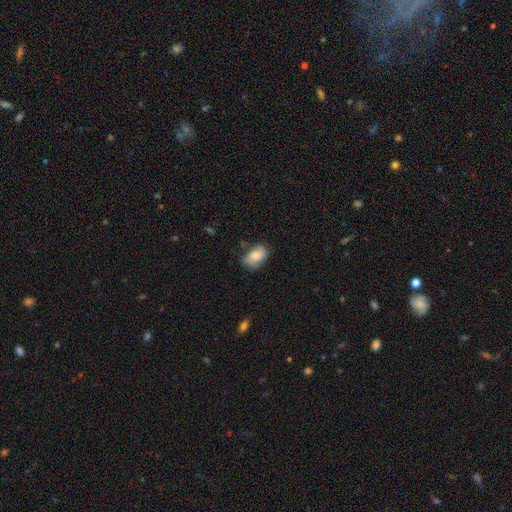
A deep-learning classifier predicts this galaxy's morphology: Overall: smooth (78%). How rounded: in between (89%). Merging: none (65%; minor disturbance 27%).